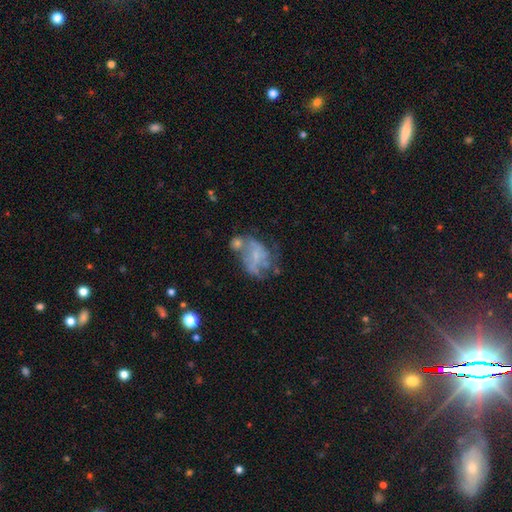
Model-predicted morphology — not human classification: The model was most divided on "merging": none: 32%, major disturbance: 28%, merger: 20%, minor disturbance: 20%. More confident: edge-on disk — no (98%); bar — no (75%); spiral arms — no (63%); smooth or featured — featured or disk (62%); bulge size — none (53%).